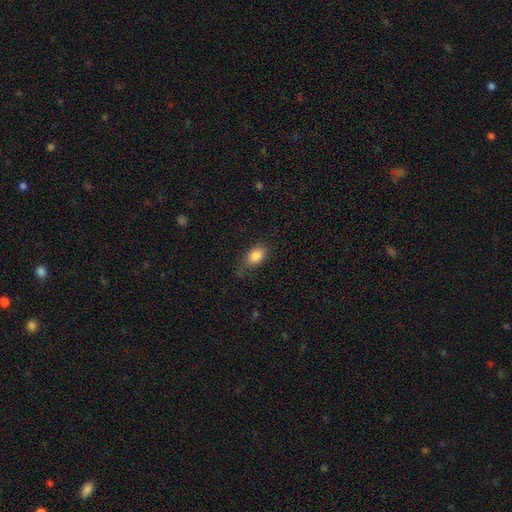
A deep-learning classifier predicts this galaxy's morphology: smooth 84%, star or artifact 9%, featured or disk 7%. Down the decision tree: how rounded — in between (83%); merging — none (60%).